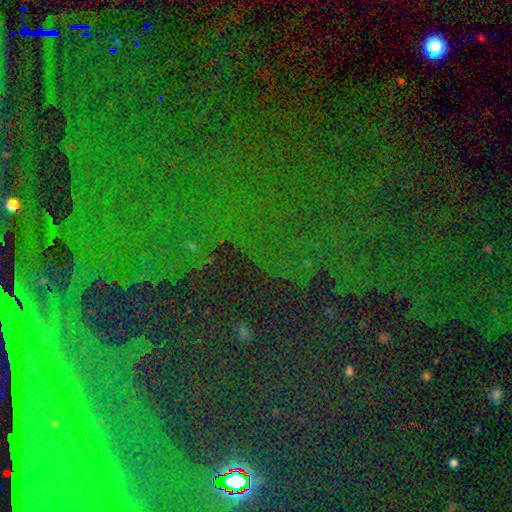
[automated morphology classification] star or artifact 81%, smooth 11%, featured or disk 9%.